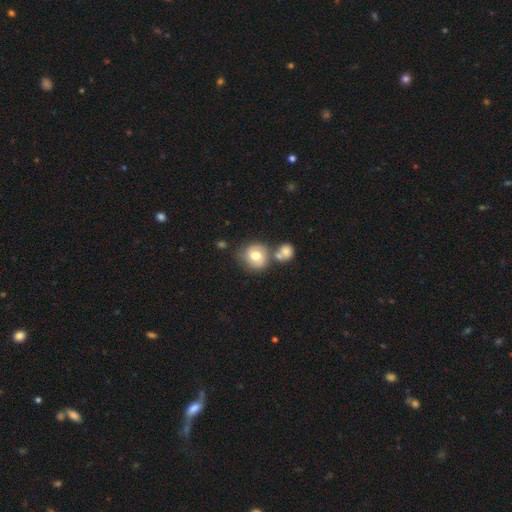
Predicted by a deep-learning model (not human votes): Q: Smooth or featured?
A: smooth (67%); runner-up: featured or disk (25%)
Q: How rounded?
A: round (83%); runner-up: in between (16%)
Q: Merging?
A: none (53%); runner-up: merger (26%)